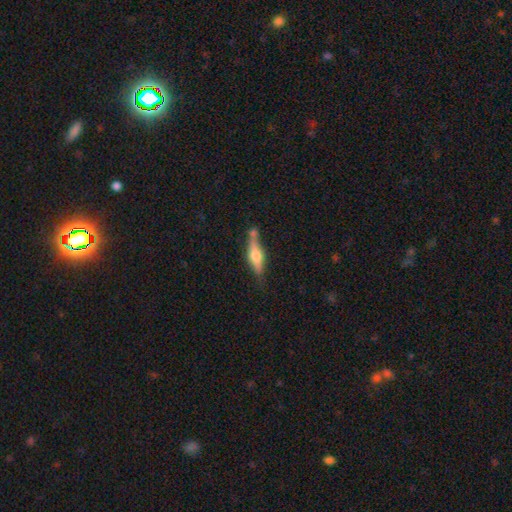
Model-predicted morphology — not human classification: This appears to be a featured or disk galaxy (54%) viewed edge-on (91%). Merging: none (60%).